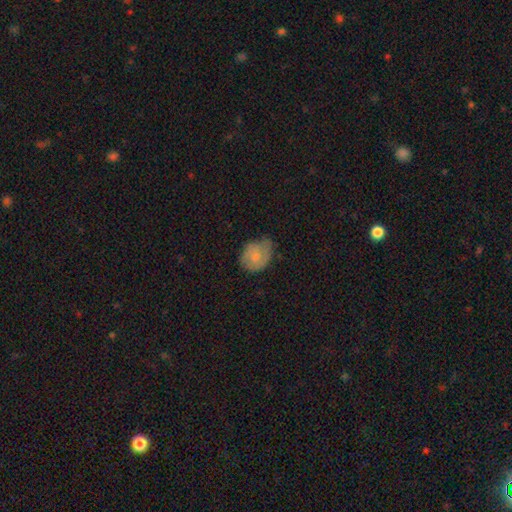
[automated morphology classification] smooth_or_featured: smooth (p=0.62) [alt: featured or disk p=0.31]
how_rounded: round (p=0.56) [alt: in between p=0.43]
merging: none (p=0.43) [alt: minor disturbance p=0.41]